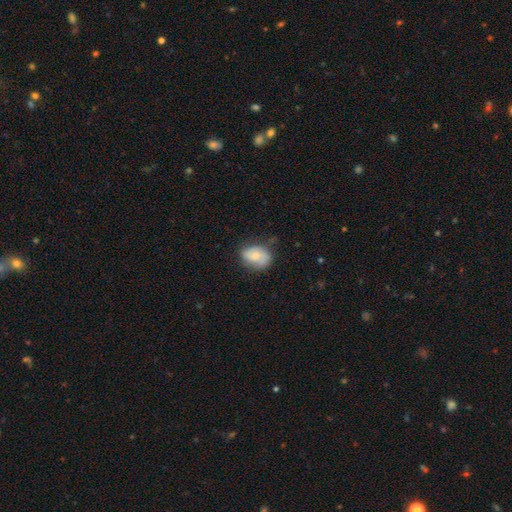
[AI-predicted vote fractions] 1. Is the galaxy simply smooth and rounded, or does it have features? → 53% smooth, 40% featured or disk, 8% star or artifact.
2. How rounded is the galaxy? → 65% in between, 34% round, 1% cigar-shaped.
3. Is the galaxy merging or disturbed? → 60% none, 29% minor disturbance, 9% major disturbance, 2% merger.